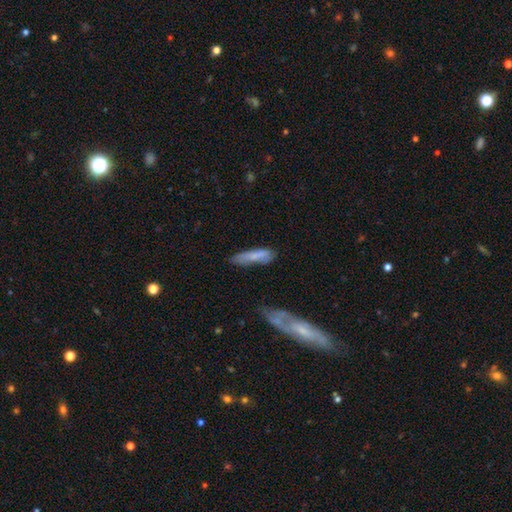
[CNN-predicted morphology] The model was most divided on "merging": none: 54%, minor disturbance: 29%, major disturbance: 11%, merger: 7%. More confident: how rounded — cigar-shaped (73%); smooth or featured — smooth (71%).